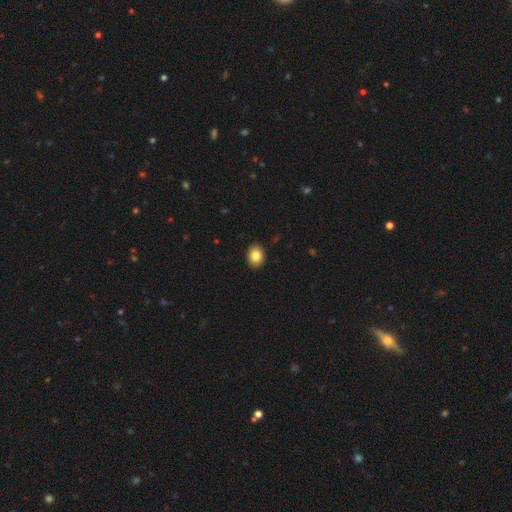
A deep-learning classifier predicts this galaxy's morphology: Q: Smooth or featured?
A: smooth (85%); runner-up: star or artifact (9%)
Q: How rounded?
A: in between (53%); runner-up: round (46%)
Q: Merging?
A: none (91%); runner-up: minor disturbance (6%)